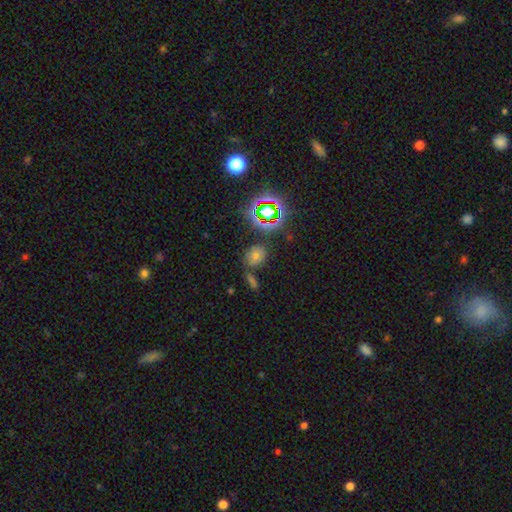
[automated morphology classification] Smooth or featured? Predicted: smooth (p=0.53). How rounded? Predicted: round (p=0.56). Merging? Predicted: none (p=0.69).